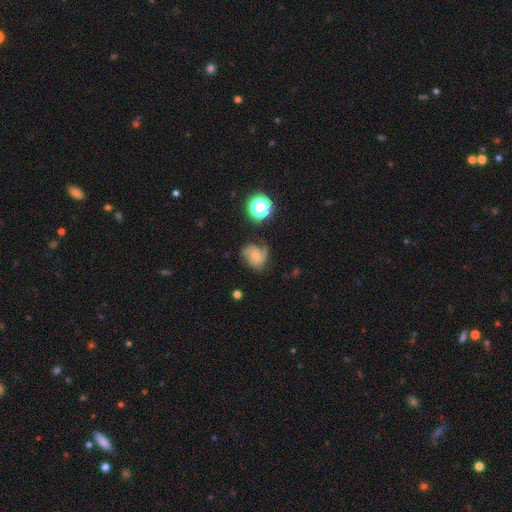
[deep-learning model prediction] This is likely a featured or disk galaxy (63%). It is clearly not viewed edge-on (98%). Bar: likely no (73%). Spiral arm pattern: clearly yes (91%). Spiral arm count: marginally 2 (40%). Spiral winding: marginally medium (45%). Central bulge: possibly small (56%). Merging: possibly none (51%).